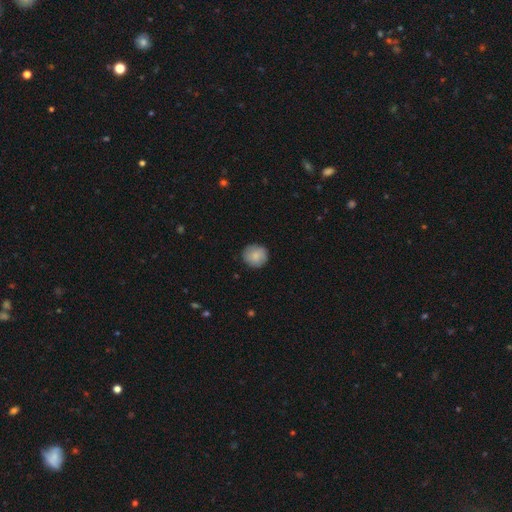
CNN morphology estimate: This is clearly a smooth galaxy (84%). How rounded: clearly round (91%). Merging: clearly none (87%).